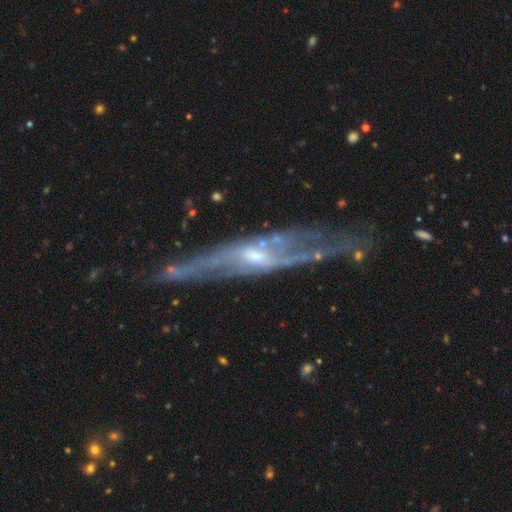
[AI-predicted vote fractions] Smooth or featured: featured or disk — 84% (smooth — 10%)
Edge-on disk: no — 66% (yes — 34%)
Bar: weak — 45% (no — 37%)
Spiral arms: yes — 84% (no — 16%)
Bulge size: moderate — 46% (small — 45%)
Merging: none — 60% (minor disturbance — 21%)